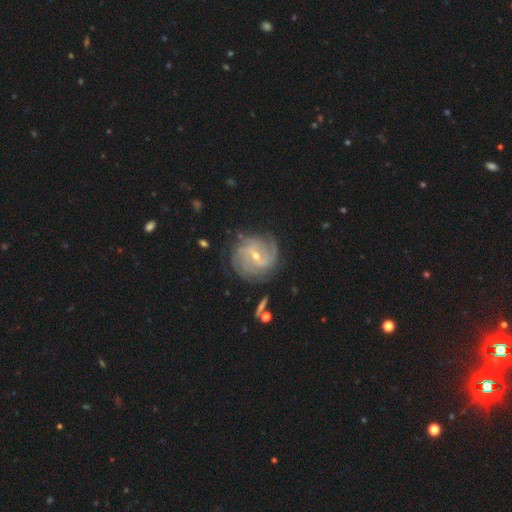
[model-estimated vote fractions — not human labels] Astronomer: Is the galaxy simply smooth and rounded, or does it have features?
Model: featured or disk — 86%.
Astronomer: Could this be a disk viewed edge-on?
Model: no — 97%.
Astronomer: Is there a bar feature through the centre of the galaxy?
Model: weak — 50% (runner-up: no, 31%).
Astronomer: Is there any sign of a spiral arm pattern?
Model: yes — 96%.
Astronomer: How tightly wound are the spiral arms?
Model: tight — 60%.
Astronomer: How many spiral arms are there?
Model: can't tell — 27% (runner-up: 2, 24%).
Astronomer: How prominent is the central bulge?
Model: small — 59% (runner-up: moderate, 39%).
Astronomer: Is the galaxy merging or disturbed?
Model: none — 77%.